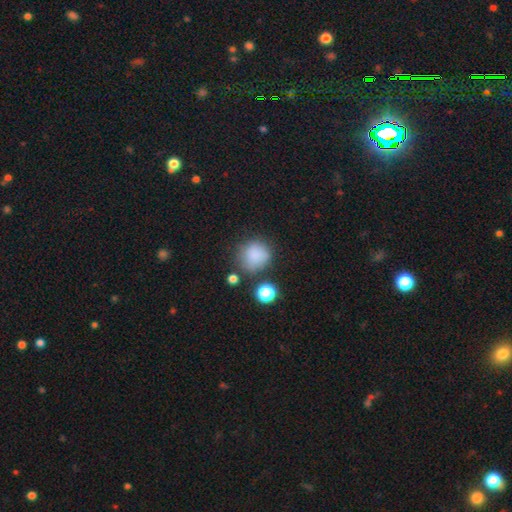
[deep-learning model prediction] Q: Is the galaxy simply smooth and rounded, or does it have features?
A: smooth — 82%.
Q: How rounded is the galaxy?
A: round — 85%.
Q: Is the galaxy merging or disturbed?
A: none — 66%.